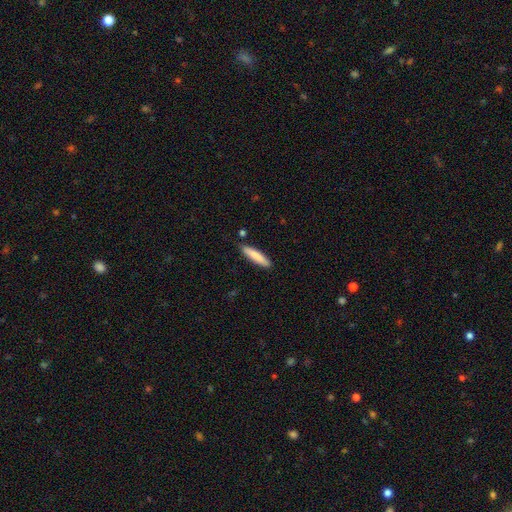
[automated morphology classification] type=smooth (82%); roundness=cigar-shaped (84%); merging=none (86%).